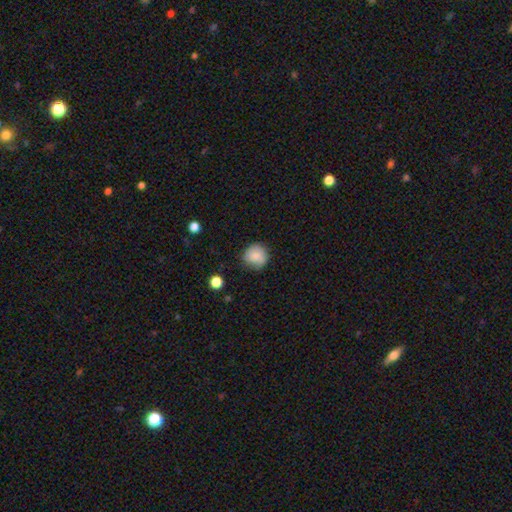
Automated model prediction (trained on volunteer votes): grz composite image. It shows a smooth galaxy with no disk features (82%) that is round (89%). Merging: none (76%).